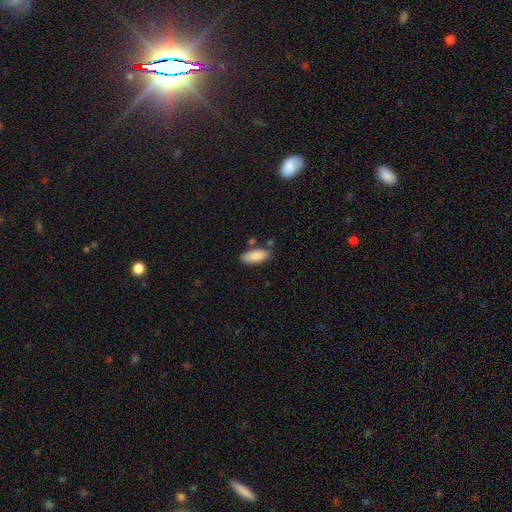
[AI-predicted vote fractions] Smooth or featured?
  - smooth: 88% *
  - star or artifact: 6%
  - featured or disk: 5%
How rounded?
  - in between: 86% *
  - cigar-shaped: 12%
  - round: 2%
Merging?
  - none: 72% *
  - minor disturbance: 17%
  - merger: 8%
  - major disturbance: 4%